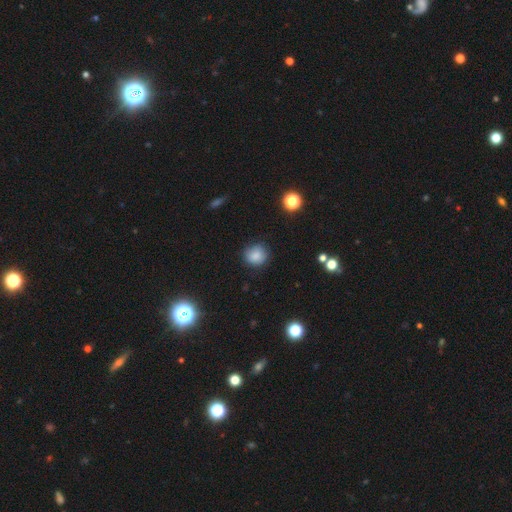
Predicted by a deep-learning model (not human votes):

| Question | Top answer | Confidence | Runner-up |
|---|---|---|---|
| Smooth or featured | smooth | 84% | star or artifact (11%) |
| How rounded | round | 83% | in between (16%) |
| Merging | none | 84% | minor disturbance (12%) |